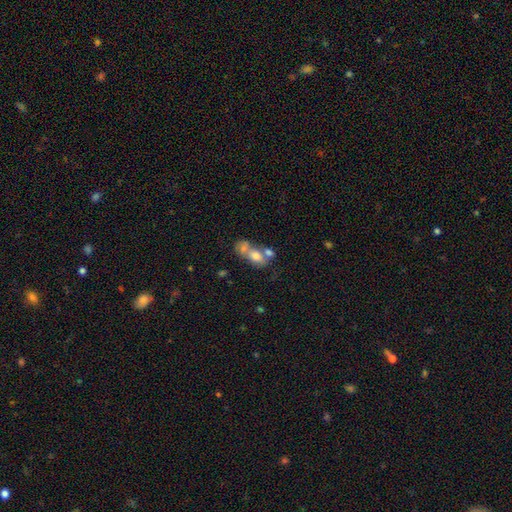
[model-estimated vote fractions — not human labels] A smooth galaxy with no disk features (66%) that is in between round and cigar-shaped (78%).

Vote fractions:
- Smooth or featured? smooth: 66% / featured or disk: 24% / star or artifact: 10%
- How rounded? in between: 78% / round: 18% / cigar-shaped: 4%
- Merging? merger: 62% / none: 21% / minor disturbance: 9% / major disturbance: 7%